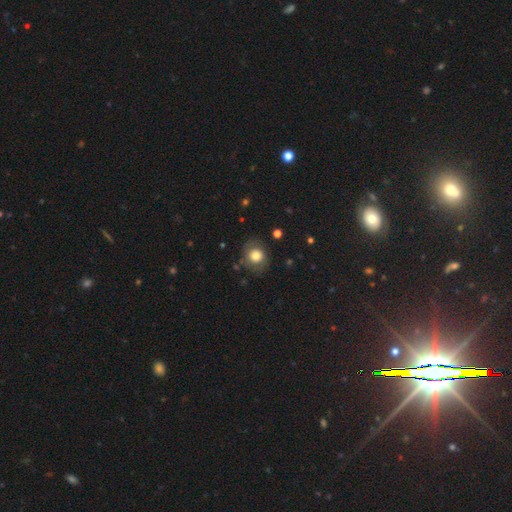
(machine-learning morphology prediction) type=smooth (76%); roundness=round (76%); merging=none (77%).